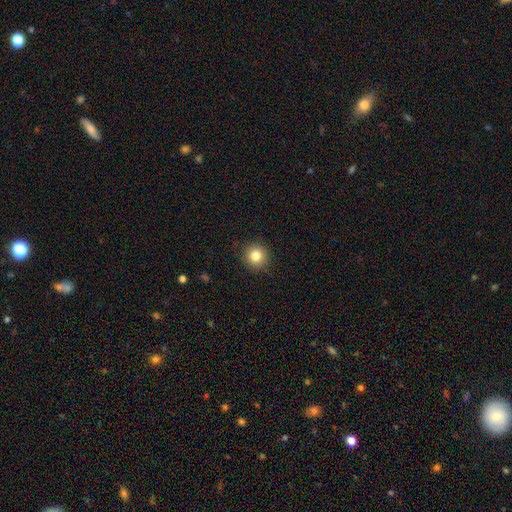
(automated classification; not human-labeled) Overall: smooth (83%). How rounded: round (93%). Merging: none (90%).